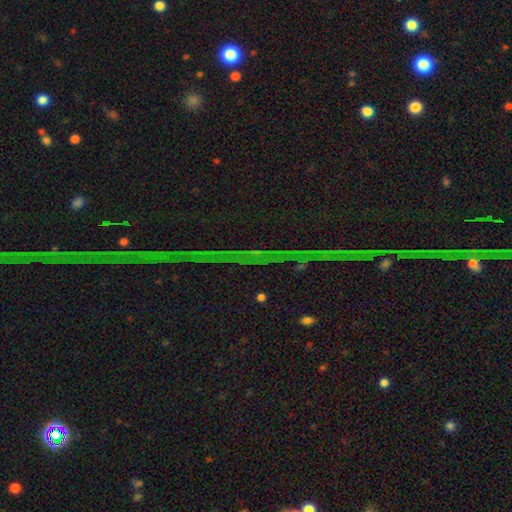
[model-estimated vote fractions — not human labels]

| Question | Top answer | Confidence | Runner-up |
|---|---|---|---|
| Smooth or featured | star or artifact | 83% | featured or disk (10%) |